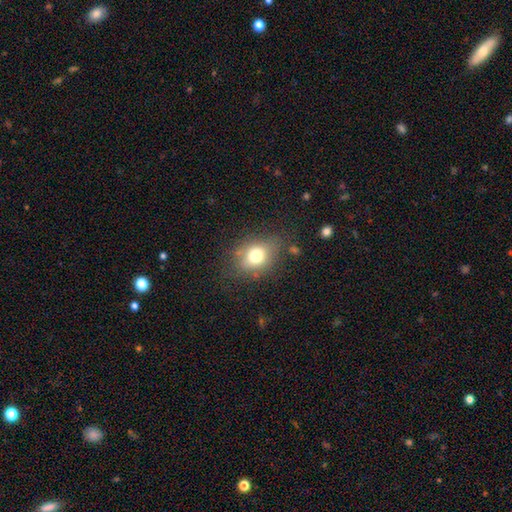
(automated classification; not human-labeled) smooth 73%, featured or disk 16%, star or artifact 12%. Down the decision tree: how rounded — in between (60%); merging — none (70%).